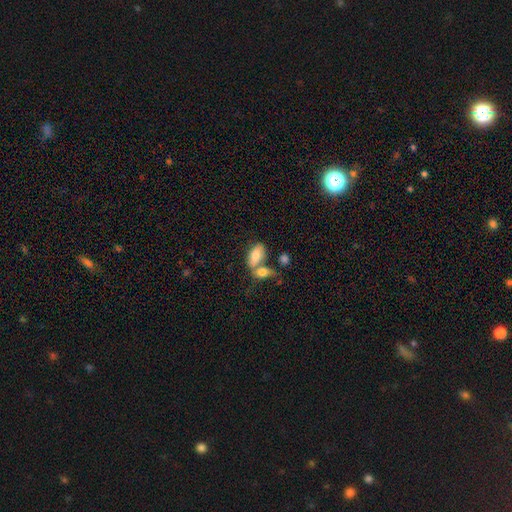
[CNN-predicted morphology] This is likely a smooth galaxy (76%). How rounded: clearly in between (90%). Merging: possibly merger (46%).